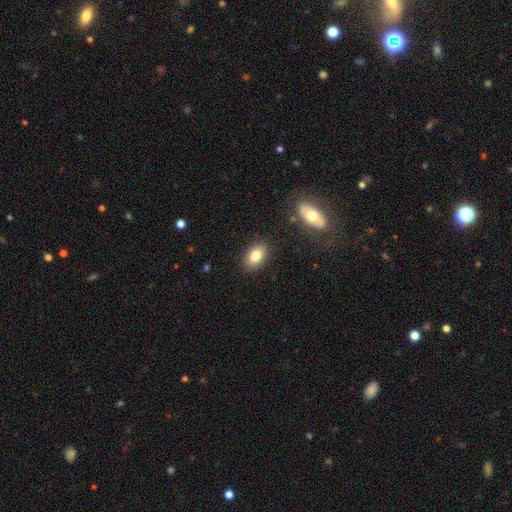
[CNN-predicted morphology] A smooth galaxy with no disk features (81%) that is in between round and cigar-shaped (86%). Merging: none (86%).